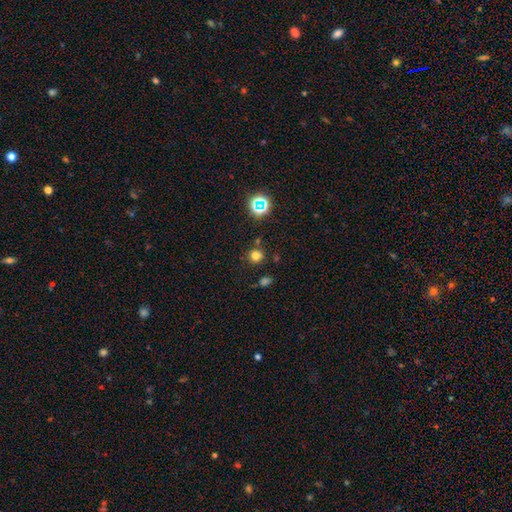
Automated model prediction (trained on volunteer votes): Smooth or featured: smooth — 74% (star or artifact — 20%)
How rounded: round — 90% (in between — 9%)
Merging: none — 82% (minor disturbance — 9%)